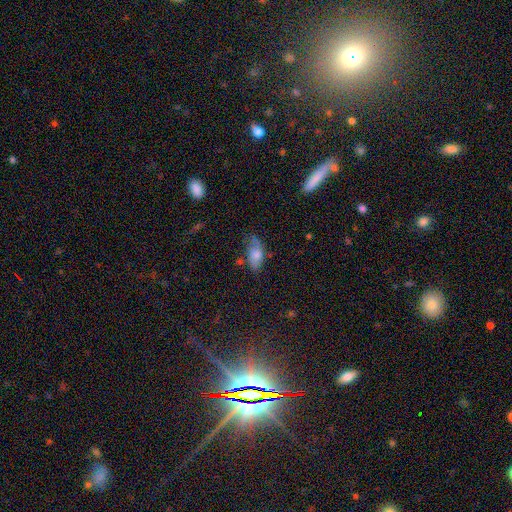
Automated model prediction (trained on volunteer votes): The model was most divided on "merging": none: 46%, minor disturbance: 33%, major disturbance: 14%, merger: 6%. More confident: how rounded — in between (88%); smooth or featured — smooth (69%).